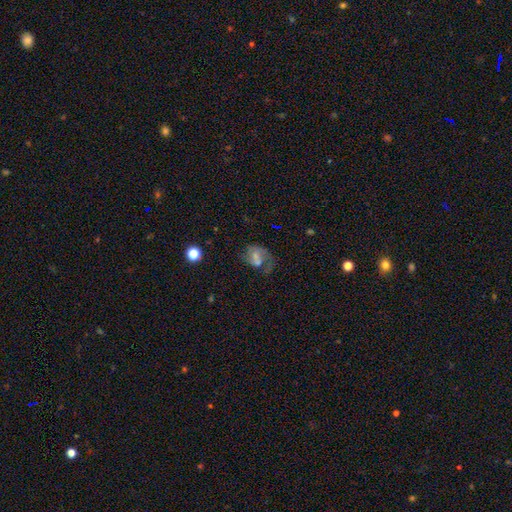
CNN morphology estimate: A featured or disk galaxy (60%) with no bar (52%), spiral arms (78%) and a small central bulge (48%). Merging: none (41%).